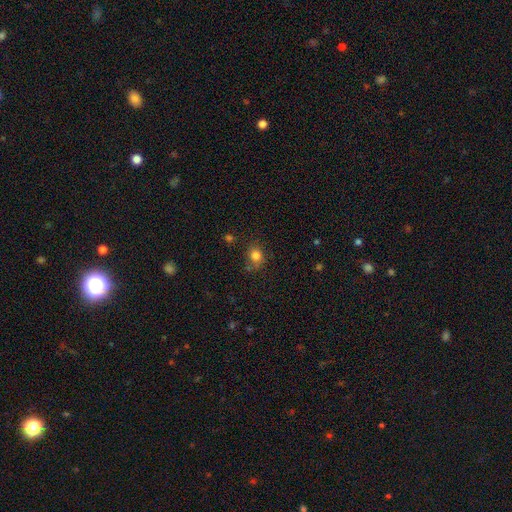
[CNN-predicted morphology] The model was most divided on "how rounded": round: 67%, in between: 32%, cigar-shaped: 1%. More confident: smooth or featured — smooth (81%); merging — none (69%).